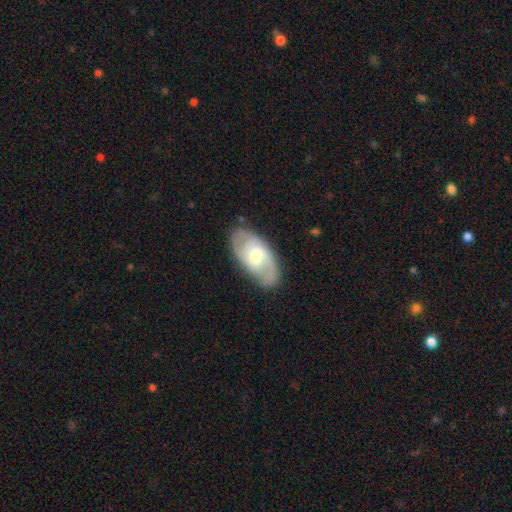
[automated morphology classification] type=featured or disk (72%); edge-on=no (94%); bar=no (45%, tied with weak); spiral arms=yes (88%); winding=medium (46%); arm count=2 (72%); bulge=moderate (58%); merging=none (79%).